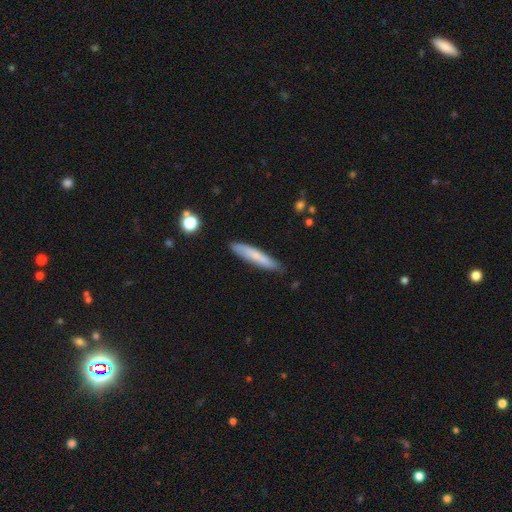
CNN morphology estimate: This appears to be a smooth galaxy with no disk features (71%) that is cigar-shaped (91%). Merging: none (84%).